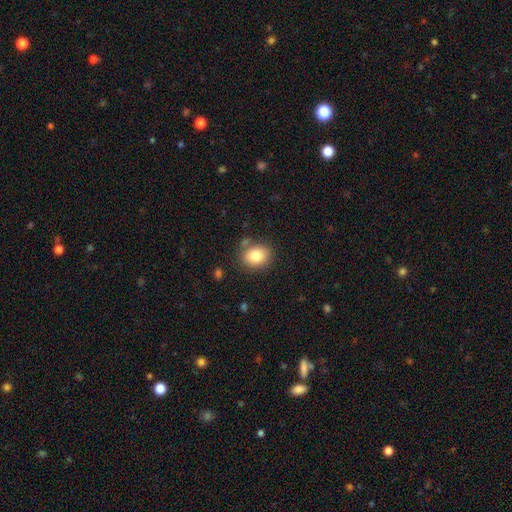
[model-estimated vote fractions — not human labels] smooth-or-featured: smooth: 81% | star or artifact: 9% | featured or disk: 9%
  how-rounded: round: 54% | in between: 45% | cigar-shaped: 1%
  merging: none: 77% | minor disturbance: 13% | merger: 6% | major disturbance: 4%